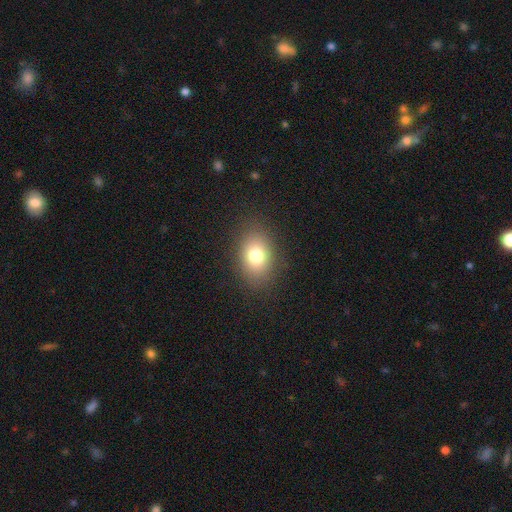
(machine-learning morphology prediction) type=smooth (77%); roundness=in between (71%); merging=none (86%).